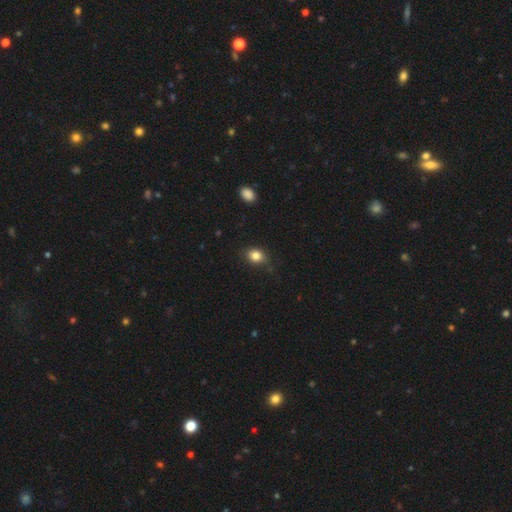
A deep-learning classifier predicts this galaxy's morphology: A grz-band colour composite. It shows a smooth galaxy with no disk features (83%) that is round (51%). Merging: none (77%).